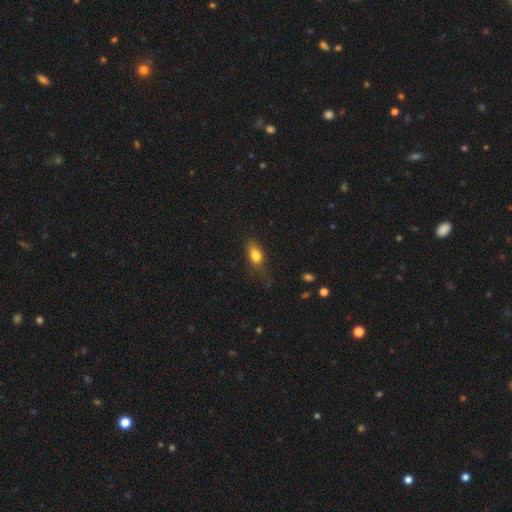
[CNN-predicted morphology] Smooth or featured: smooth — 81% (featured or disk — 10%)
How rounded: in between — 81% (round — 10%)
Merging: none — 53% (minor disturbance — 30%)